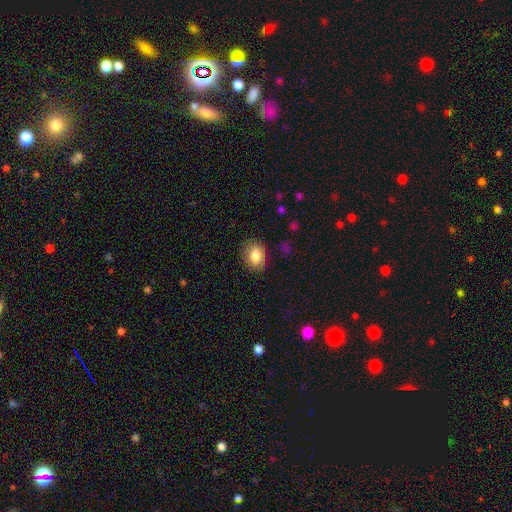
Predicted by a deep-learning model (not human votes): This appears to be a smooth galaxy with no disk features (83%) that is in between round and cigar-shaped (71%). Merging: none (81%).